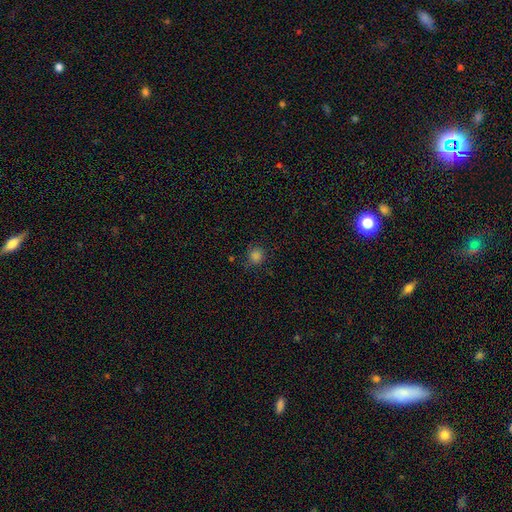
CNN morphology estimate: smooth-or-featured: smooth: 81% | star or artifact: 15% | featured or disk: 4%
  how-rounded: round: 93% | in between: 6% | cigar-shaped: 1%
  merging: none: 82% | minor disturbance: 12% | major disturbance: 4% | merger: 2%